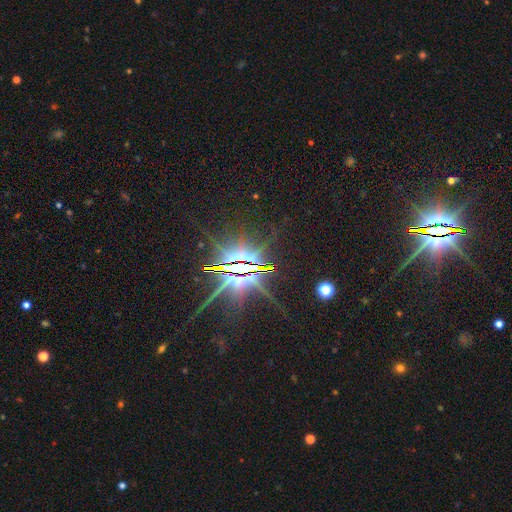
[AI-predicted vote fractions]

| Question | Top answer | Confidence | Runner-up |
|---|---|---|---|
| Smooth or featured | star or artifact | 82% | featured or disk (13%) |